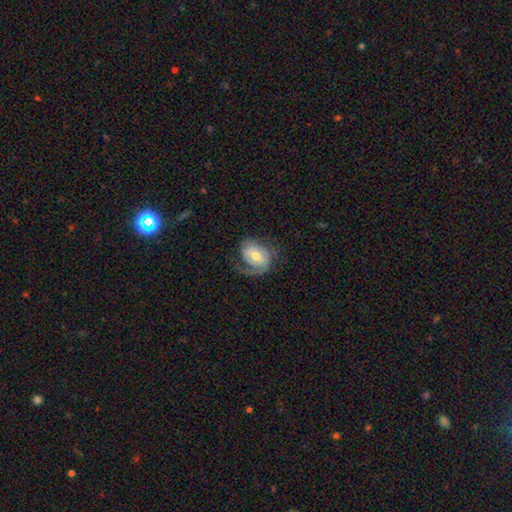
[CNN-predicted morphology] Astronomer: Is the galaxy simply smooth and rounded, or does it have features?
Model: featured or disk — 70%.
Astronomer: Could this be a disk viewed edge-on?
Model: no — 97%.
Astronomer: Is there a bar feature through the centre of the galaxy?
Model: no — 49% (runner-up: weak, 40%).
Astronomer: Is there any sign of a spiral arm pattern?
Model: yes — 89%.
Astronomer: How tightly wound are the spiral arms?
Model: medium — 39% (runner-up: tight, 33%).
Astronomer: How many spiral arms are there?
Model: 2 — 47% (runner-up: 1, 37%).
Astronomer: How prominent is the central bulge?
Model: moderate — 65%.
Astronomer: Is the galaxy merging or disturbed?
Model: none — 56%.